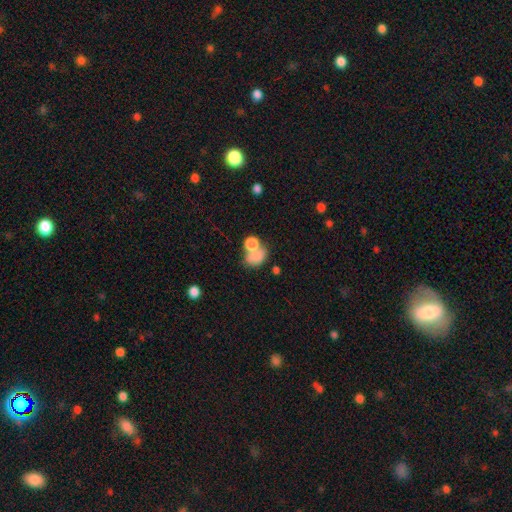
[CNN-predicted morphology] This is likely a smooth galaxy (77%). How rounded: likely in between (63%). Merging: marginally merger (45%).